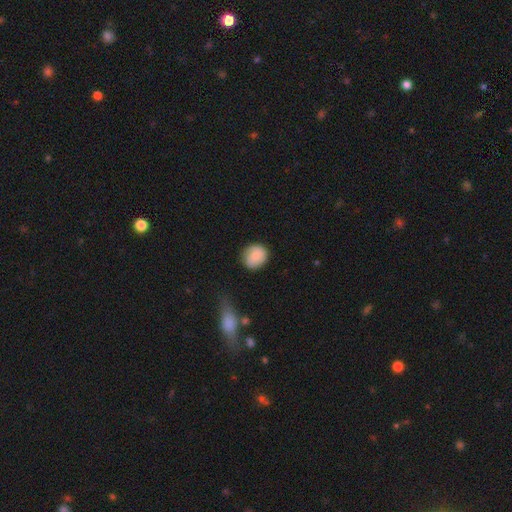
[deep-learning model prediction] The model was most divided on "merging": none: 79%, minor disturbance: 16%, major disturbance: 3%, merger: 2%. More confident: how rounded — round (82%); smooth or featured — smooth (80%).